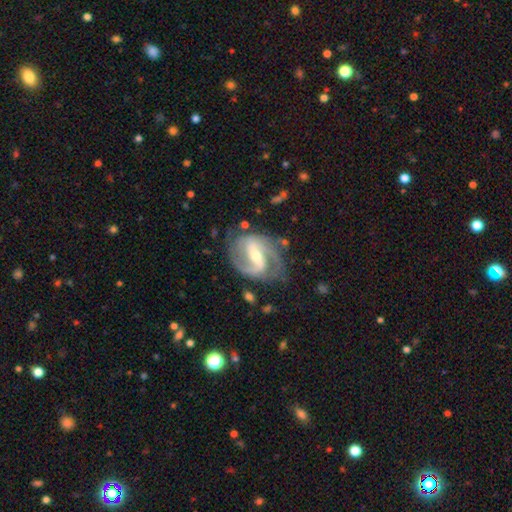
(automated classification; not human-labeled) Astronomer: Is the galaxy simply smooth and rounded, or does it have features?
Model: featured or disk — 90%.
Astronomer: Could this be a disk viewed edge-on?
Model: no — 97%.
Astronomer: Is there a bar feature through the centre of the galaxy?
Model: strong — 46% (runner-up: weak, 42%).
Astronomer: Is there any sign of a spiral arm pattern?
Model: yes — 97%.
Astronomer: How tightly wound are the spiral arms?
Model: medium — 54%.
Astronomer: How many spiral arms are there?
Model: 2 — 84%.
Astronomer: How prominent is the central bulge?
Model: moderate — 52% (runner-up: small, 41%).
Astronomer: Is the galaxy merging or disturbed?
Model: none — 73%.